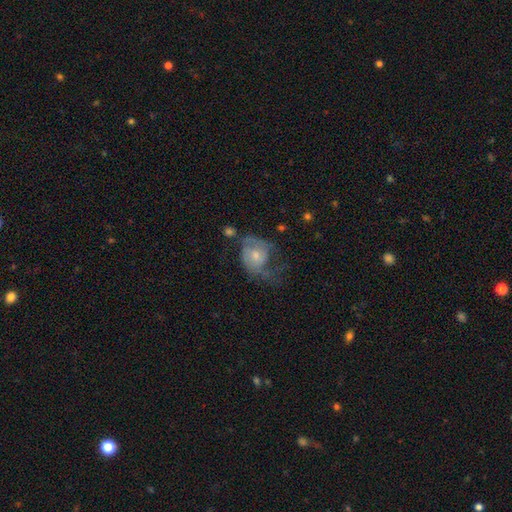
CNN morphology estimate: Smooth or featured: featured or disk — 56% (smooth — 36%)
Edge-on disk: no — 97% (yes — 3%)
Bar: no — 77% (weak — 19%)
Spiral arms: yes — 65% (no — 35%)
Bulge size: moderate — 46% (small — 43%)
Merging: major disturbance — 45% (none — 25%)